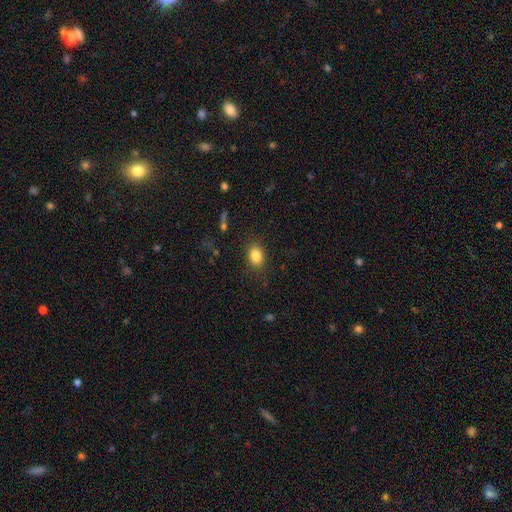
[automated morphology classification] Q: Smooth or featured?
A: smooth (84%); runner-up: star or artifact (10%)
Q: How rounded?
A: in between (71%); runner-up: round (28%)
Q: Merging?
A: none (84%); runner-up: minor disturbance (11%)